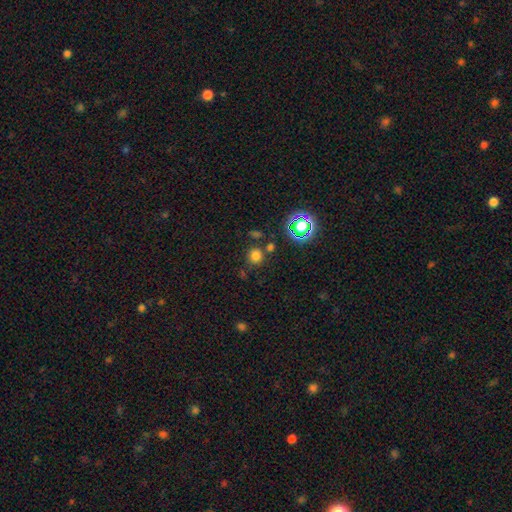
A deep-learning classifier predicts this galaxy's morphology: smooth-or-featured: smooth: 73% | star or artifact: 22% | featured or disk: 6%
  how-rounded: round: 91% | in between: 8% | cigar-shaped: 1%
  merging: none: 77% | merger: 11% | minor disturbance: 8% | major disturbance: 4%